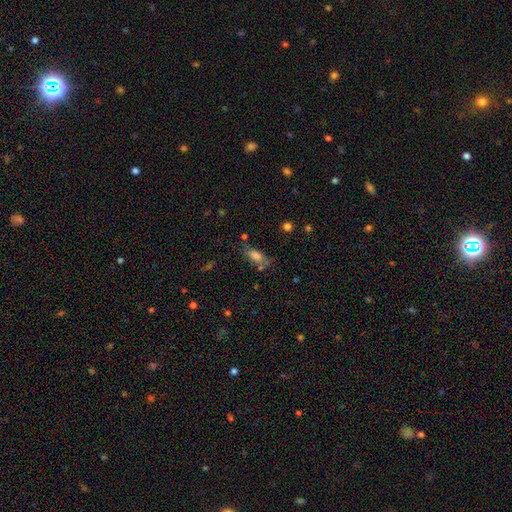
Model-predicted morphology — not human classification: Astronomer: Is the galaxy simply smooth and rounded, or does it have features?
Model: smooth — 73%.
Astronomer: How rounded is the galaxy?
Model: in between — 81%.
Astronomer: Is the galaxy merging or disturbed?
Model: none — 56%.